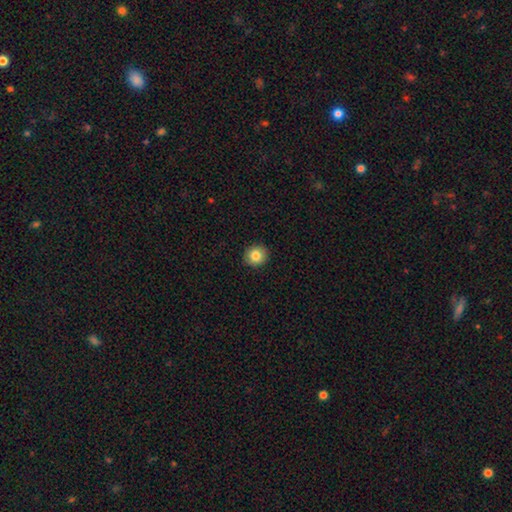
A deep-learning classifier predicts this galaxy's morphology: Smooth or featured? Predicted: smooth (p=0.83). How rounded? Predicted: round (p=0.89). Merging? Predicted: none (p=0.92).